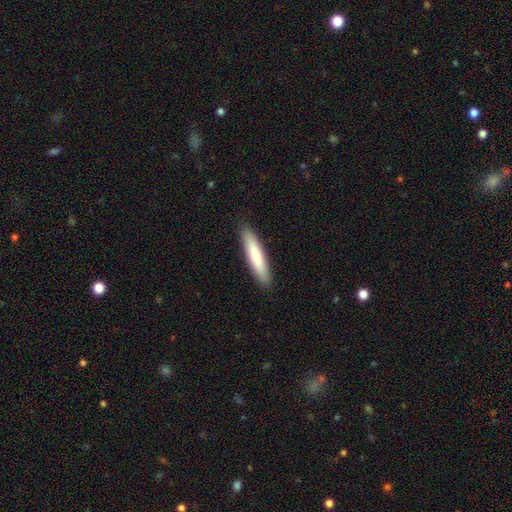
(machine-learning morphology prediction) Smooth or featured? smooth (79%)
How rounded? cigar-shaped (85%)
Merging? none (90%)